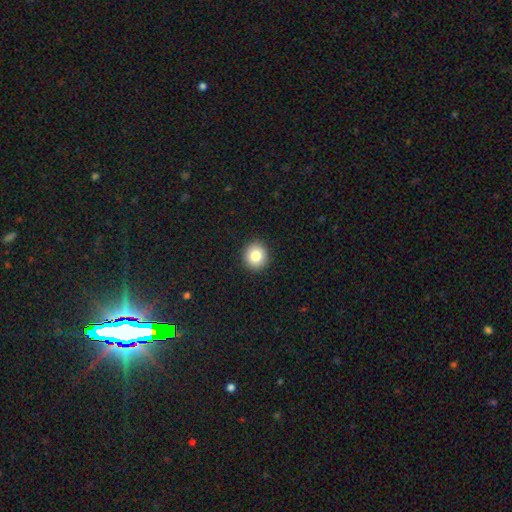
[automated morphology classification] This is clearly a smooth galaxy (83%). How rounded: clearly round (90%). Merging: clearly none (93%).